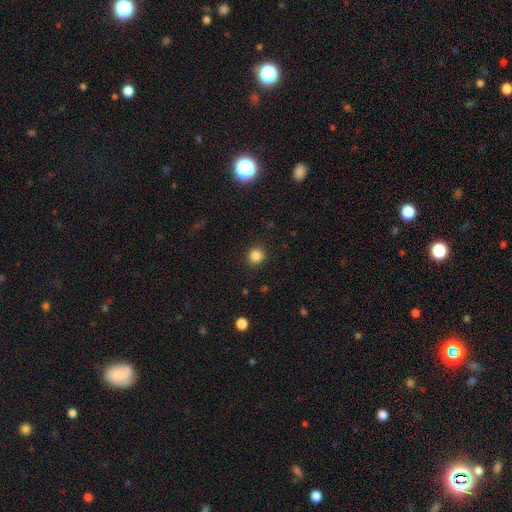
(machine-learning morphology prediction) smooth-or-featured: smooth: 85% | star or artifact: 11% | featured or disk: 4%
  how-rounded: round: 90% | in between: 9% | cigar-shaped: 1%
  merging: none: 90% | minor disturbance: 7% | major disturbance: 2% | merger: 1%